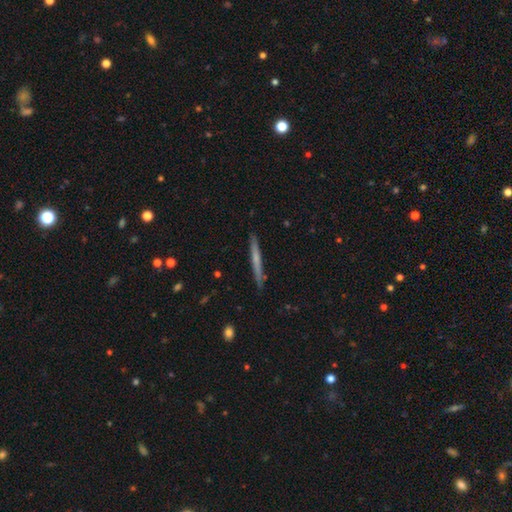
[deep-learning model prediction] This appears to be a smooth galaxy with no disk features (49%). Merging: none (88%).